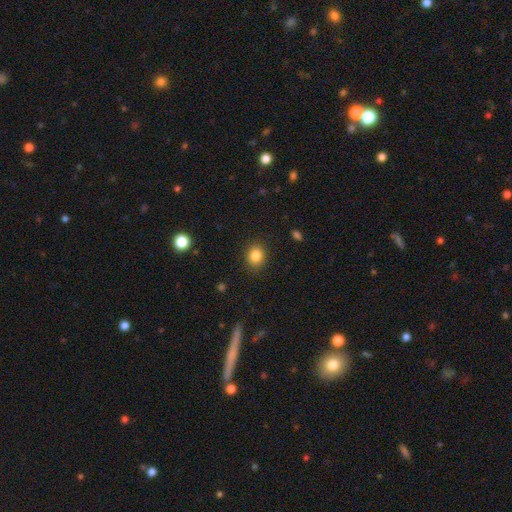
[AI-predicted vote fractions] Morphology: type=smooth (85%); roundness=round (65%); merging=none (88%).